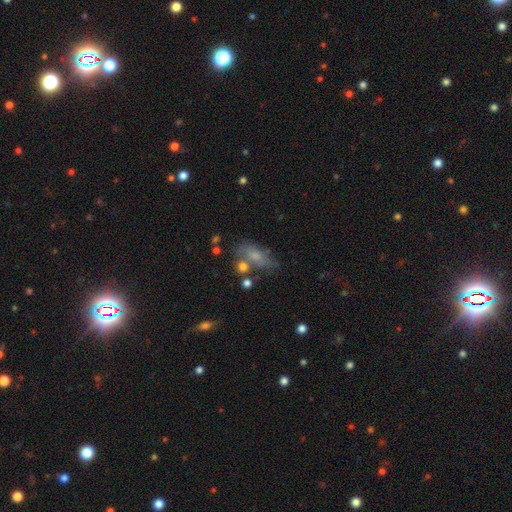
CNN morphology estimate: This appears to be a smooth galaxy with no disk features (62%) that is in between round and cigar-shaped (78%). Merging: none (46%).